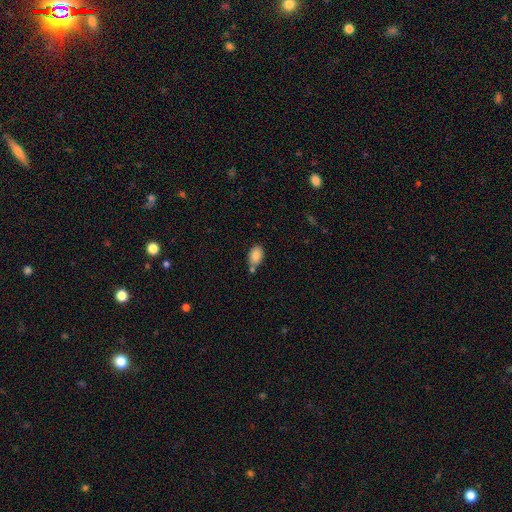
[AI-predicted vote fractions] Overall: smooth (87%). How rounded: in between (88%). Merging: none (60%).